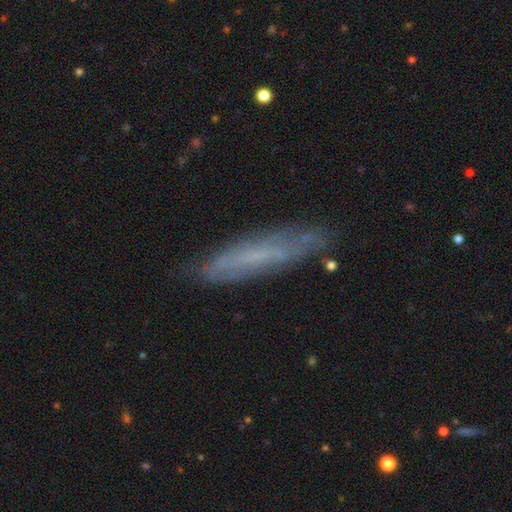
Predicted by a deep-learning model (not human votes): Overall: smooth (46%; featured or disk 45%). Merging: none (79%).